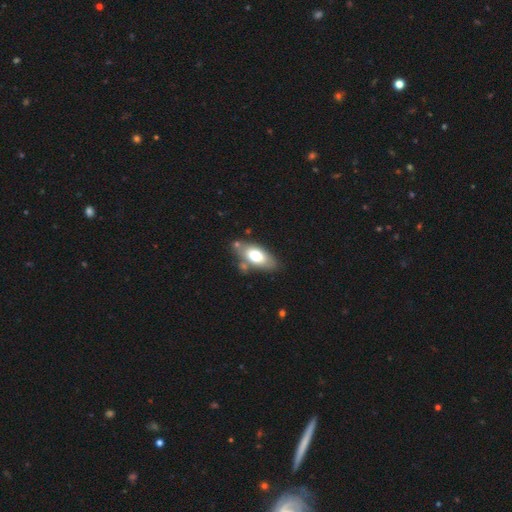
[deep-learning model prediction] Smooth or featured?
  - smooth: 66% *
  - featured or disk: 27%
  - star or artifact: 7%
How rounded?
  - in between: 87% *
  - cigar-shaped: 10%
  - round: 3%
Merging?
  - none: 70% *
  - minor disturbance: 17%
  - merger: 9%
  - major disturbance: 4%